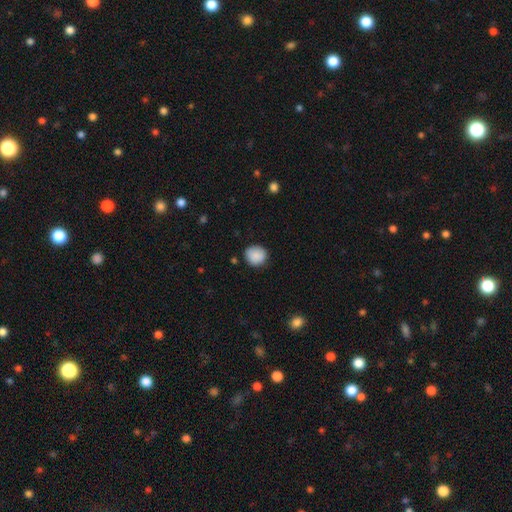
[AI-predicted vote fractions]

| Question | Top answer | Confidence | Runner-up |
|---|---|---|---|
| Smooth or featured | smooth | 88% | star or artifact (8%) |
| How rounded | round | 84% | in between (15%) |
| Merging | none | 84% | minor disturbance (12%) |